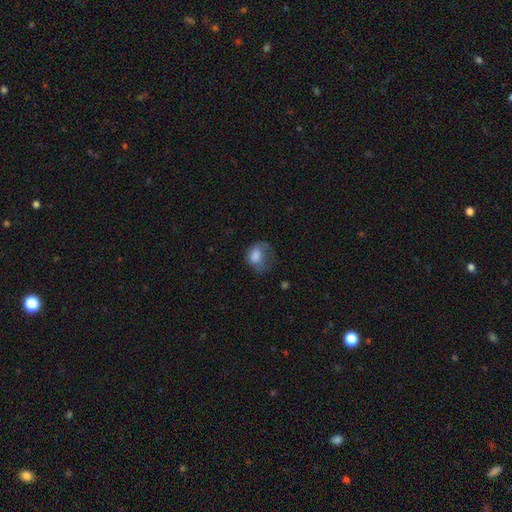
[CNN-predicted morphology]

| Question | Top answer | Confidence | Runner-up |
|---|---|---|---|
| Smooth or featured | smooth | 71% | featured or disk (20%) |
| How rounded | in between | 57% | round (42%) |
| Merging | major disturbance | 42% | minor disturbance (28%) |